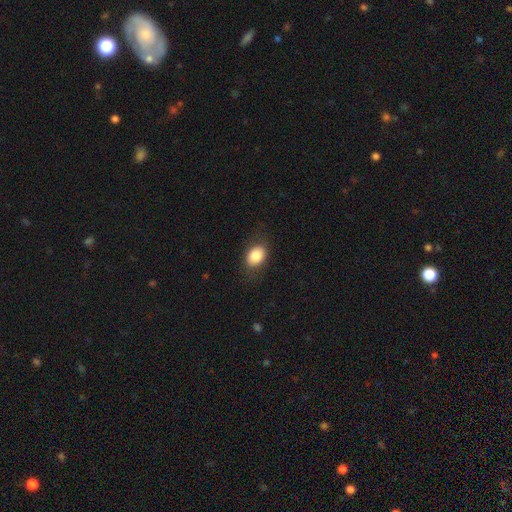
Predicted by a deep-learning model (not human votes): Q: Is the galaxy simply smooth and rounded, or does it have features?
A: smooth — 84%.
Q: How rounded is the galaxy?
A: in between — 71%.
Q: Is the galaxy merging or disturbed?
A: none — 80%.